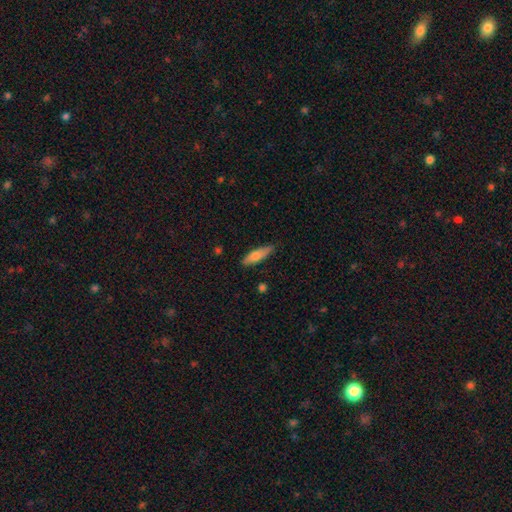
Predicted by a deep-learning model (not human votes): This is likely a smooth galaxy (72%). How rounded: likely cigar-shaped (61%). Merging: clearly none (81%).